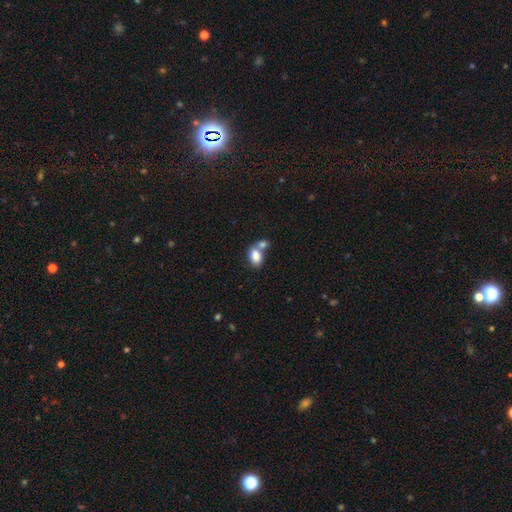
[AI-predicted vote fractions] smooth-or-featured: smooth: 82% | featured or disk: 10% | star or artifact: 8%
  how-rounded: in between: 87% | round: 12% | cigar-shaped: 1%
  merging: merger: 50% | none: 36% | minor disturbance: 10% | major disturbance: 4%